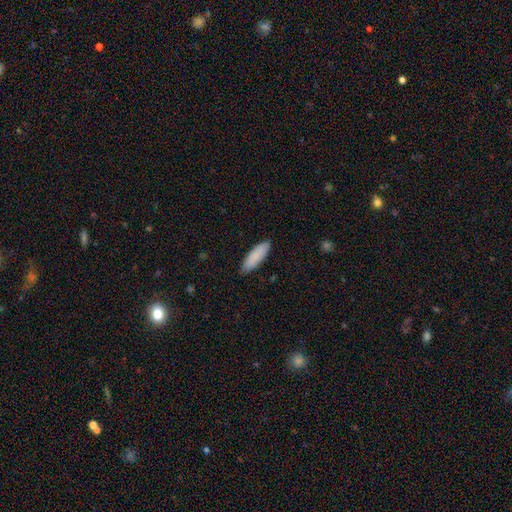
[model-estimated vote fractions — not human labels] smooth 87%, featured or disk 7%, star or artifact 6%. Down the decision tree: how rounded — in between (53%); merging — none (86%).